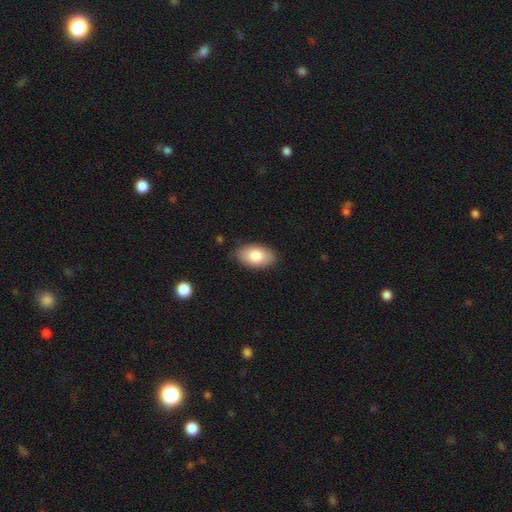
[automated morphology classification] This appears to be a smooth galaxy with no disk features (81%) that is in between round and cigar-shaped (93%). Merging: none (84%).